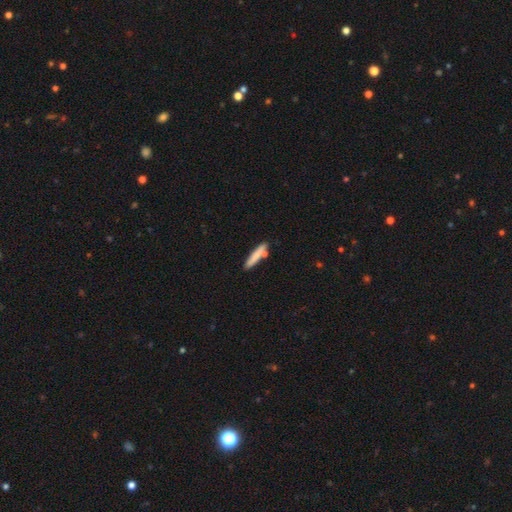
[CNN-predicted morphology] This is likely a smooth galaxy (75%). How rounded: clearly cigar-shaped (89%). Merging: likely none (71%).